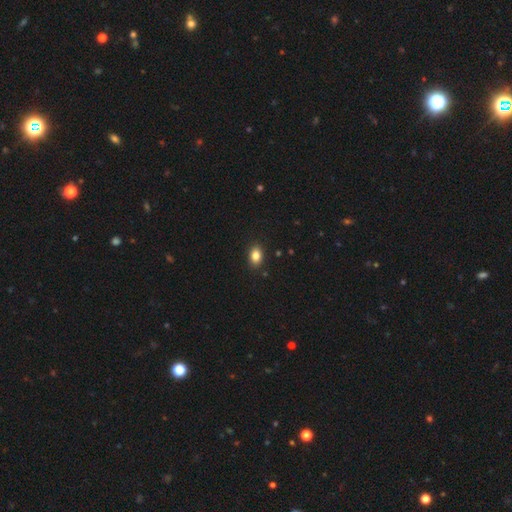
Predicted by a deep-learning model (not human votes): Smooth or featured? smooth (85%)
How rounded? in between (80%)
Merging? none (89%)